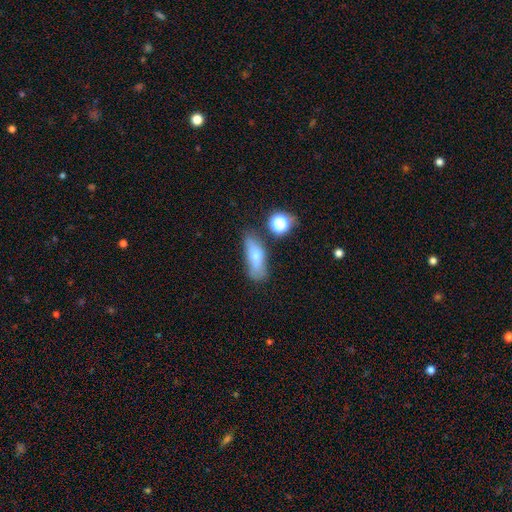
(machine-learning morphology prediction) Smooth or featured?
  - smooth: 65% *
  - featured or disk: 24%
  - star or artifact: 11%
How rounded?
  - in between: 66% *
  - cigar-shaped: 28%
  - round: 7%
Merging?
  - none: 52% *
  - minor disturbance: 26%
  - major disturbance: 12%
  - merger: 10%